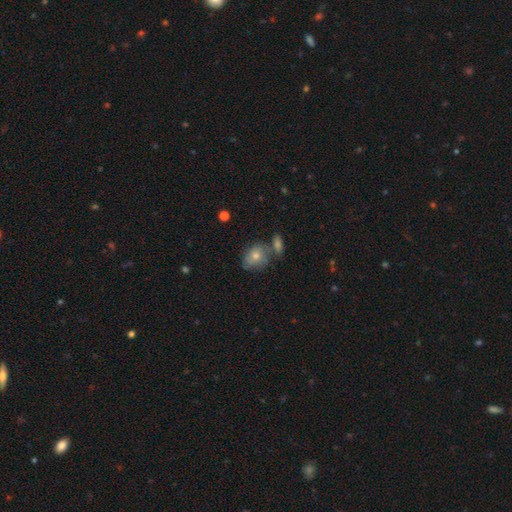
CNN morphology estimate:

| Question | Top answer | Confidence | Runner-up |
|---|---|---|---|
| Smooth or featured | smooth | 55% | featured or disk (30%) |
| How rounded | round | 51% | in between (47%) |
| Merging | none | 59% | merger (19%) |